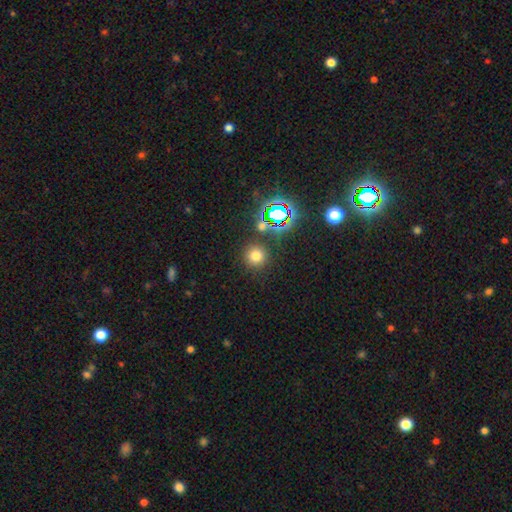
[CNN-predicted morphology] A smooth galaxy with no disk features (68%) that is round (94%). Merging: none (85%).